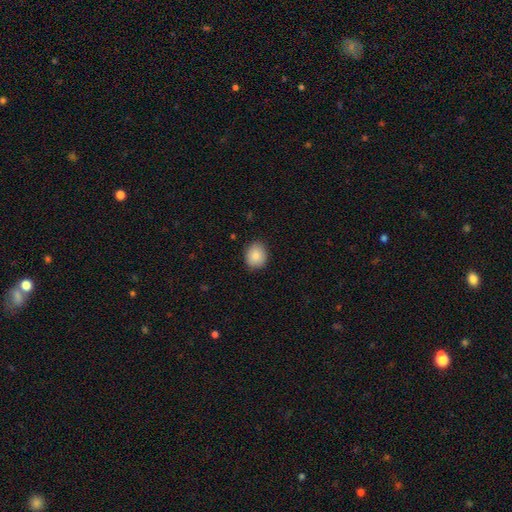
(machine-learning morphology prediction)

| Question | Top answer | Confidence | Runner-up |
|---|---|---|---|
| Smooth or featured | smooth | 86% | star or artifact (8%) |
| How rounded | round | 65% | in between (34%) |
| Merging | none | 86% | minor disturbance (11%) |